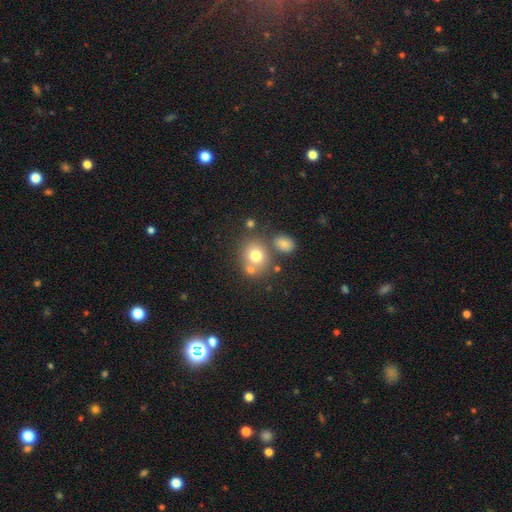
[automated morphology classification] This is likely a smooth galaxy (73%). How rounded: likely round (71%). Merging: possibly none (57%).